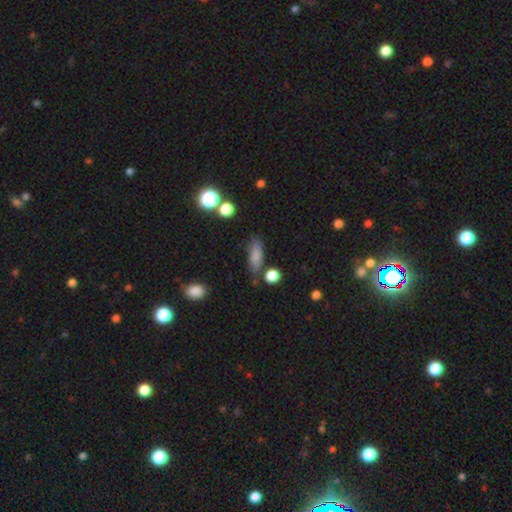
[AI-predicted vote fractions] smooth 81%, featured or disk 10%, star or artifact 9%. Down the decision tree: how rounded — in between (62%); merging — none (72%).